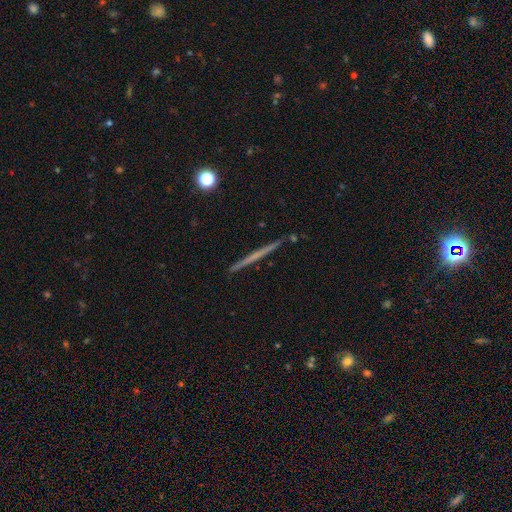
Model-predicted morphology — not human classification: smooth-or-featured: featured or disk: 58% | smooth: 35% | star or artifact: 6%
  disk-edge-on: yes: 98% | no: 2%
    edge-on-bulge: none: 90% | rounded: 7% | boxy: 3%
  merging: none: 92% | minor disturbance: 6% | merger: 1% | major disturbance: 1%